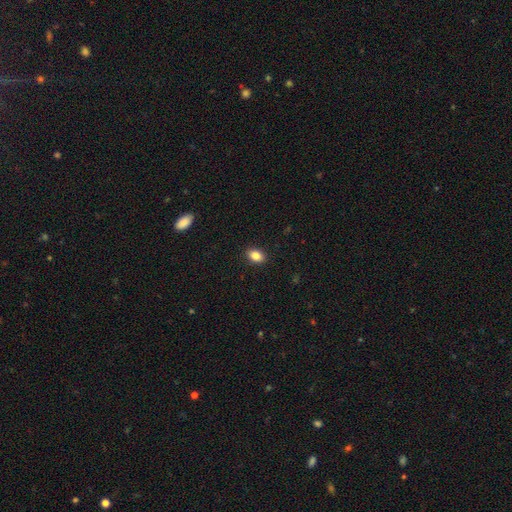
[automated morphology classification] smooth_or_featured: smooth (p=0.84) [alt: star or artifact p=0.09]
how_rounded: in between (p=0.77) [alt: round p=0.22]
merging: none (p=0.90) [alt: minor disturbance p=0.07]